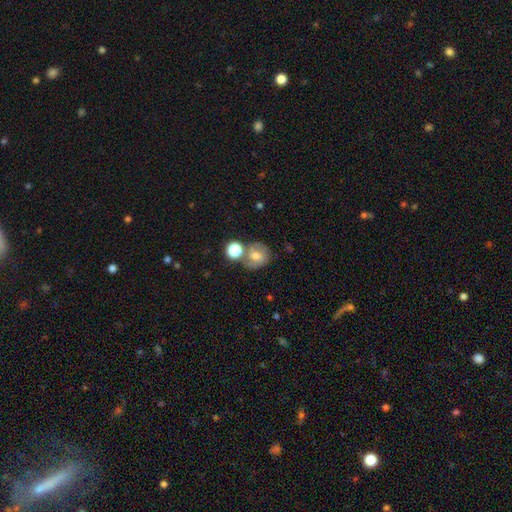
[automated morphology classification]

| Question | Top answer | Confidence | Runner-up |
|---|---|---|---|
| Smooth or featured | smooth | 61% | featured or disk (27%) |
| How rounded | round | 73% | in between (26%) |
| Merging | none | 51% | merger (27%) |